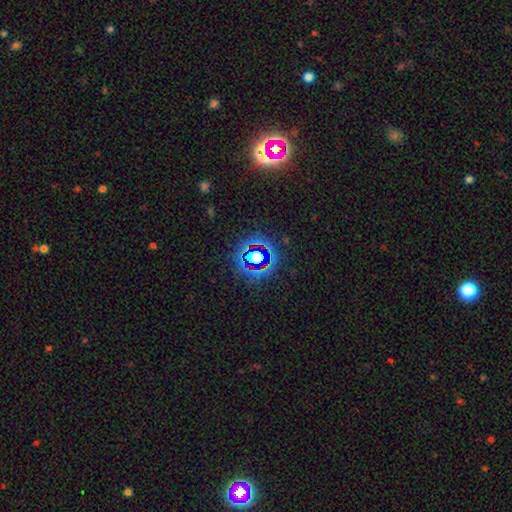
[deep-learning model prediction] star or artifact 64%, smooth 25%, featured or disk 11%.